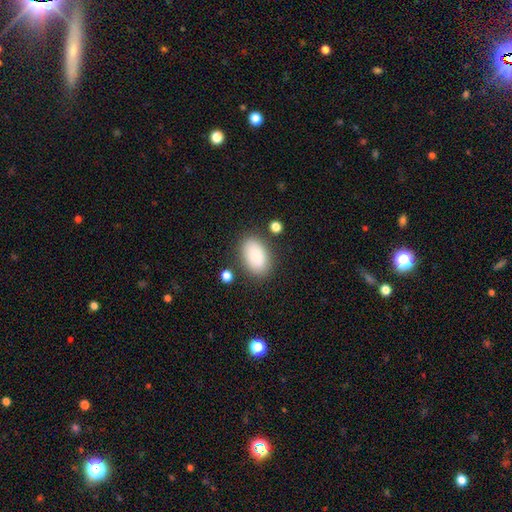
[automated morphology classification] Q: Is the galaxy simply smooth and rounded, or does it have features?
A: smooth — 87%.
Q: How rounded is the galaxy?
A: in between — 91%.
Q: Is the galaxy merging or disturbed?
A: none — 79%.